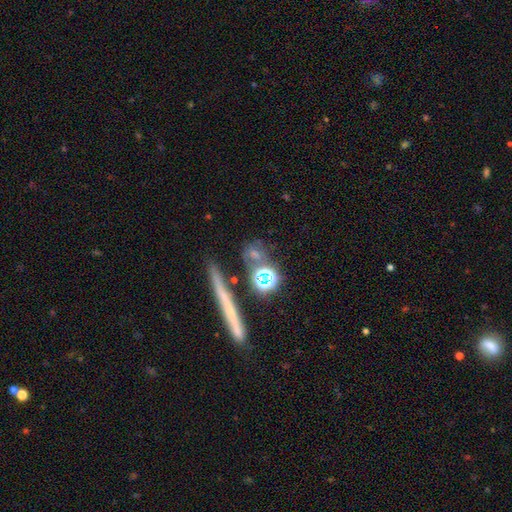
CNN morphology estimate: smooth-or-featured: smooth: 48% | star or artifact: 30% | featured or disk: 22%
  merging: none: 65% | minor disturbance: 14% | merger: 13% | major disturbance: 8%